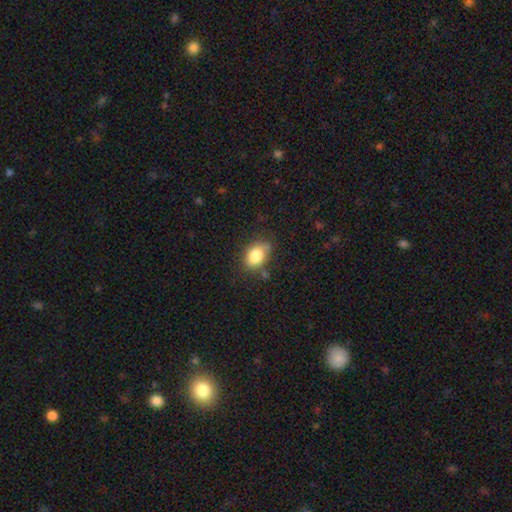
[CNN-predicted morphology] A smooth galaxy with no disk features (83%) that is in between round and cigar-shaped (75%). Merging: none (69%).